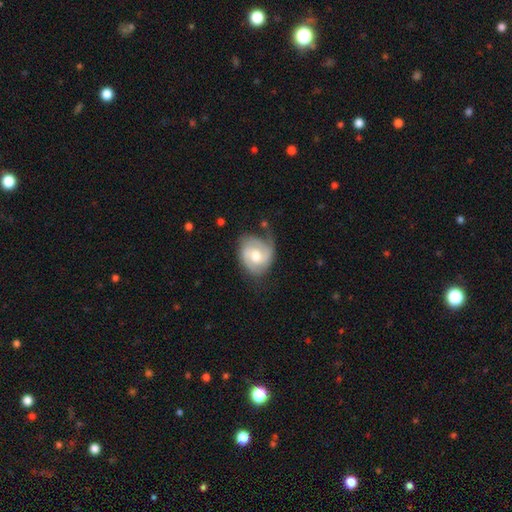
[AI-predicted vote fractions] The model was most divided on "spiral winding": medium: 42%, tight: 41%, loose: 18%. Remaining: edge-on disk — no (97%); spiral arms — yes (89%); bulge size — moderate (71%); smooth or featured — featured or disk (67%); spiral arm count — 2 (62%); bar — no (56%); merging — none (49%).